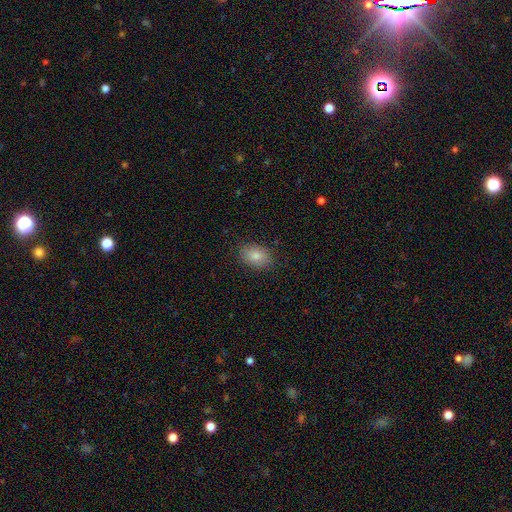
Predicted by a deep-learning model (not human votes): Q: Smooth or featured?
A: smooth (82%); runner-up: star or artifact (10%)
Q: How rounded?
A: in between (77%); runner-up: round (22%)
Q: Merging?
A: none (87%); runner-up: minor disturbance (9%)